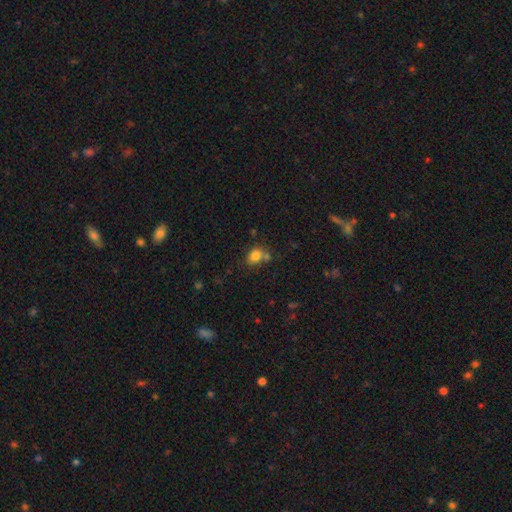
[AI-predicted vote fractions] smooth 81%, star or artifact 12%, featured or disk 7%. Down the decision tree: how rounded — in between (59%); merging — none (57%).